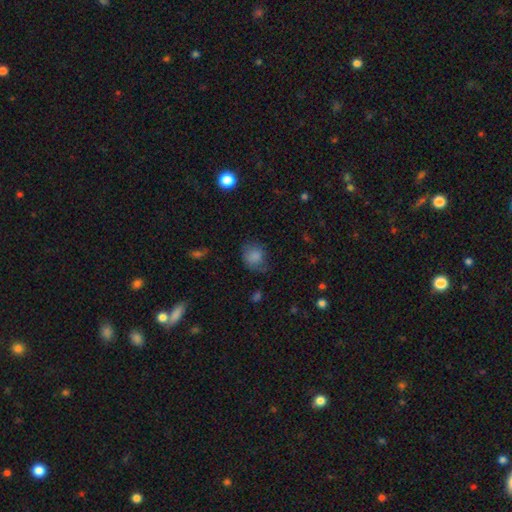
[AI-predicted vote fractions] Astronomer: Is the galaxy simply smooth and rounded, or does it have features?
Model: smooth — 79%.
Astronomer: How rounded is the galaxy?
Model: round — 66%.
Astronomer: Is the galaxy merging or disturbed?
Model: none — 62%.